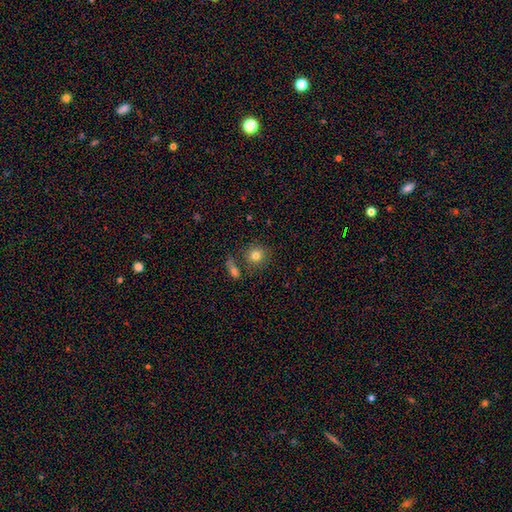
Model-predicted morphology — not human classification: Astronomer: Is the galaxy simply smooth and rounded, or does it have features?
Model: smooth — 80%.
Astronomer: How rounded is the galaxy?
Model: round — 88%.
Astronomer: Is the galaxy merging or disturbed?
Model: none — 74%.